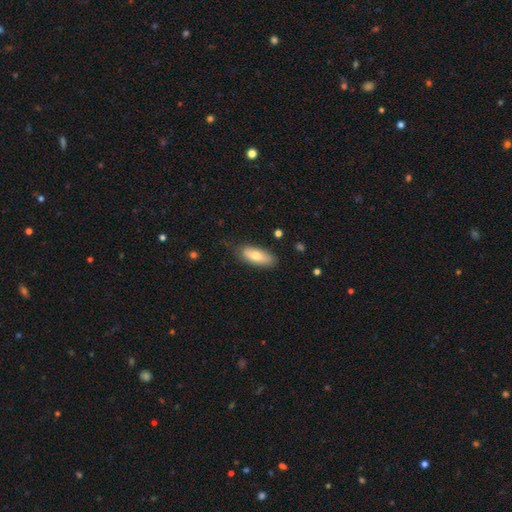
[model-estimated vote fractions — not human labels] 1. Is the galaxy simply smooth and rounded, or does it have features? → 70% smooth, 23% featured or disk, 6% star or artifact.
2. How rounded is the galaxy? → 77% in between, 21% cigar-shaped, 2% round.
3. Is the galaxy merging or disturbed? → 73% none, 21% minor disturbance, 4% major disturbance, 1% merger.